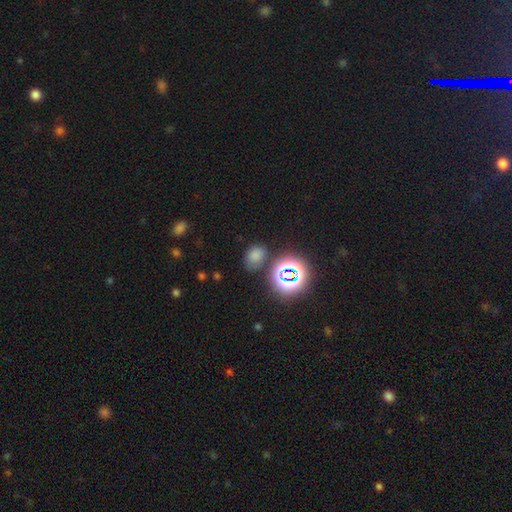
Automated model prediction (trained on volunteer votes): A smooth galaxy with no disk features (67%) that is in between round and cigar-shaped (67%).

Vote fractions:
- Smooth or featured? smooth: 67% / star or artifact: 26% / featured or disk: 7%
- How rounded? in between: 67% / round: 31% / cigar-shaped: 1%
- Merging? none: 70% / minor disturbance: 17% / merger: 7% / major disturbance: 6%